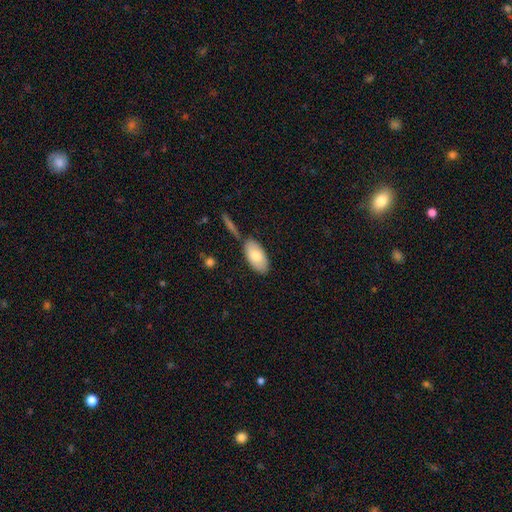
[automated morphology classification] smooth_or_featured: smooth (p=0.78) [alt: featured or disk p=0.16]
how_rounded: in between (p=0.94) [alt: cigar-shaped p=0.03]
merging: none (p=0.75) [alt: minor disturbance p=0.13]